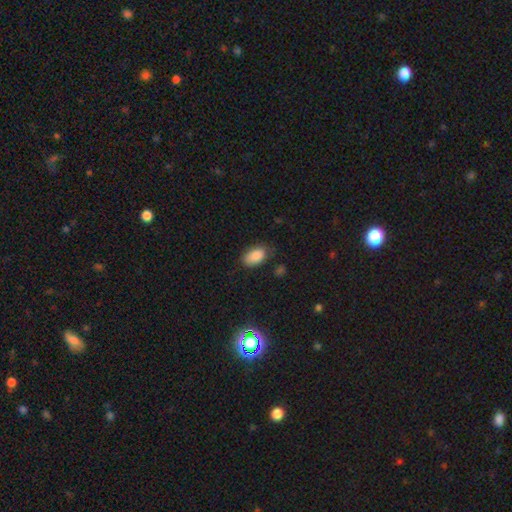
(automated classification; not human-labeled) Overall: smooth (87%). How rounded: in between (92%). Merging: none (72%).